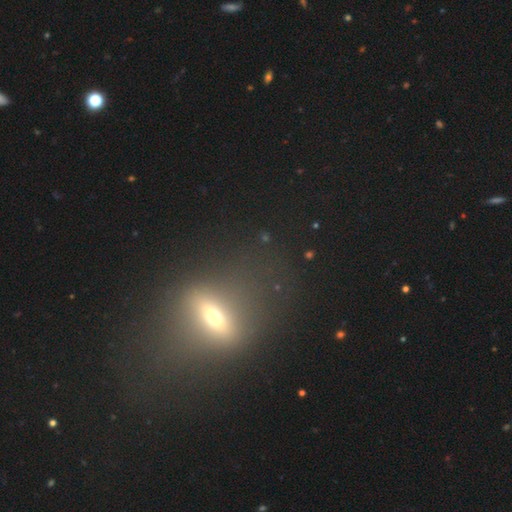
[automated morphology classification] Smooth or featured: featured or disk — 49% (star or artifact — 28%)
Merging: none — 73% (major disturbance — 12%)